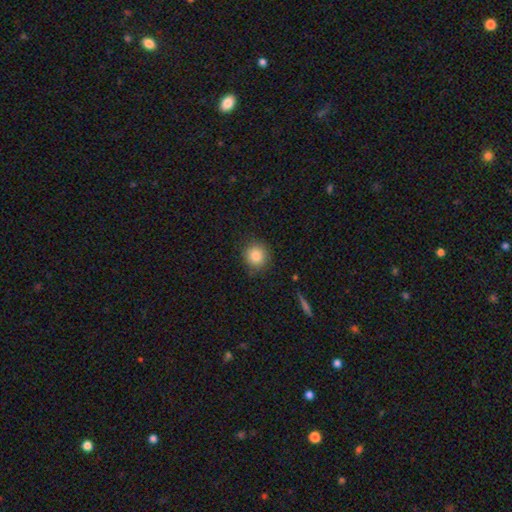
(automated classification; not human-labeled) This appears to be a smooth galaxy with no disk features (83%) that is round (90%). Merging: none (85%).